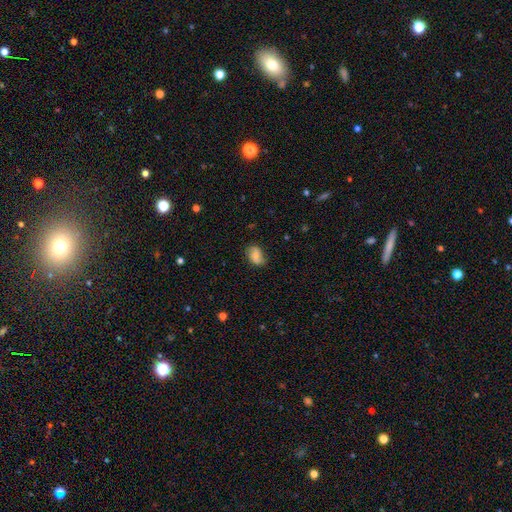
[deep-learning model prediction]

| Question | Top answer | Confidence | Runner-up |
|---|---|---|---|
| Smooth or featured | smooth | 58% | featured or disk (33%) |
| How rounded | in between | 82% | round (16%) |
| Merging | none | 72% | minor disturbance (21%) |